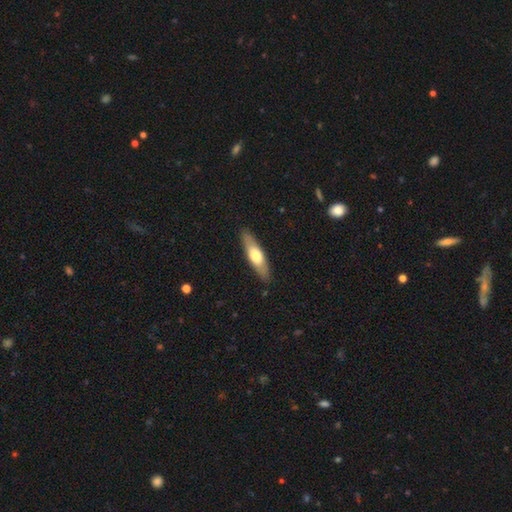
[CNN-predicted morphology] type=smooth (55%); roundness=cigar-shaped (68%); merging=none (87%).